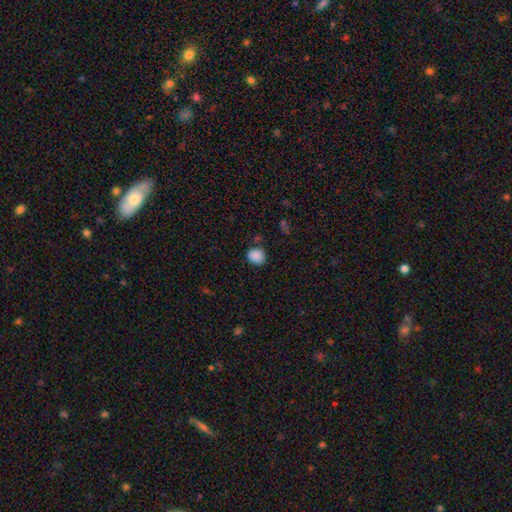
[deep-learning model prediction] Smooth or featured? smooth (87%)
How rounded? round (75%)
Merging? none (79%)